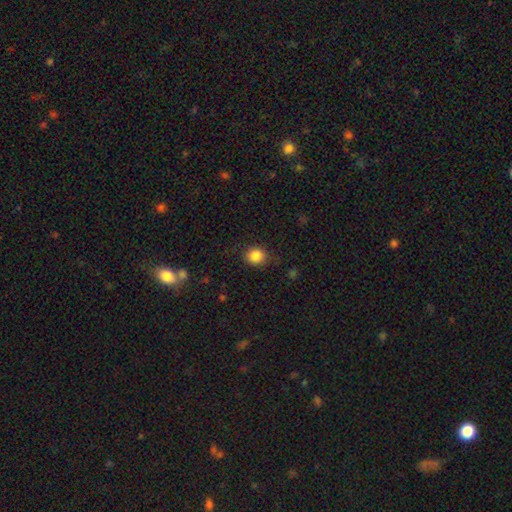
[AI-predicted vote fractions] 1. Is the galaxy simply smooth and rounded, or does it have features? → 85% smooth, 10% star or artifact, 4% featured or disk.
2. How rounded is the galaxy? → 76% round, 24% in between, 1% cigar-shaped.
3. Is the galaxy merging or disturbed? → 84% none, 12% minor disturbance, 4% major disturbance, 1% merger.